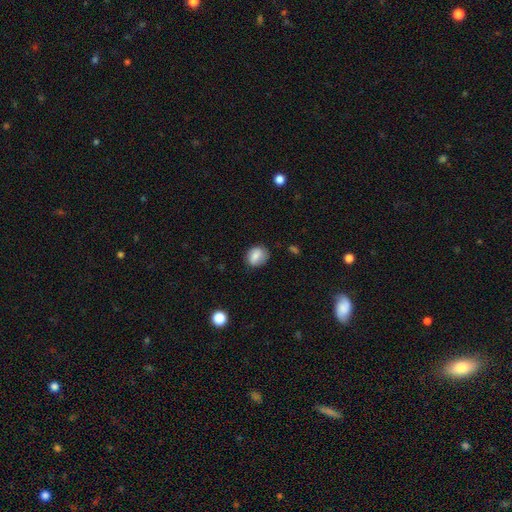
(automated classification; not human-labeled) smooth_or_featured: smooth (p=0.76) [alt: featured or disk p=0.15]
how_rounded: round (p=0.54) [alt: in between p=0.44]
merging: none (p=0.76) [alt: minor disturbance p=0.18]